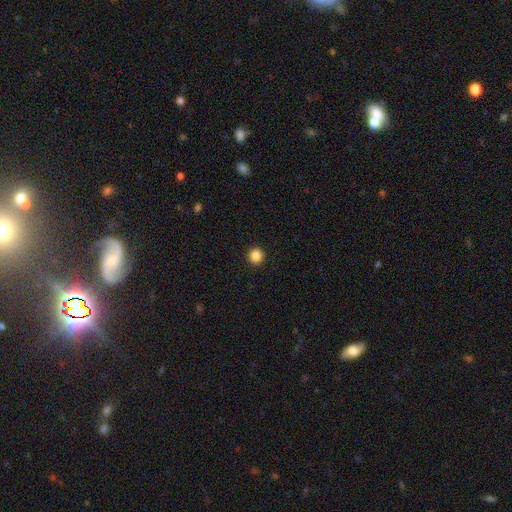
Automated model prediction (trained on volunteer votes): Smooth or featured: smooth — 86% (star or artifact — 10%)
How rounded: round — 94% (in between — 5%)
Merging: none — 93% (minor disturbance — 4%)